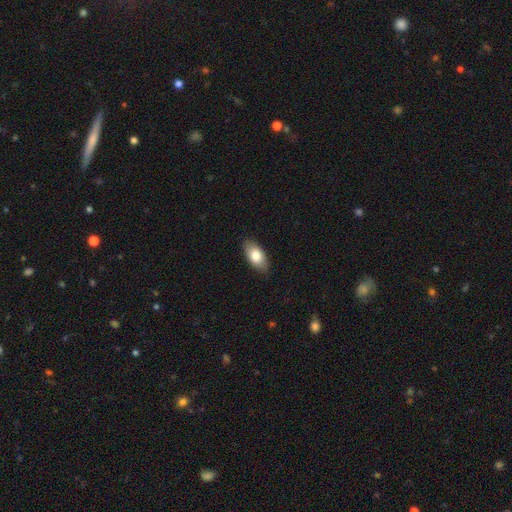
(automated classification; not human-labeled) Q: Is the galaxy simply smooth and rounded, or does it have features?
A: smooth — 80%.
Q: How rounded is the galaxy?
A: in between — 92%.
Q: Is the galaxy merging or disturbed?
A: none — 86%.